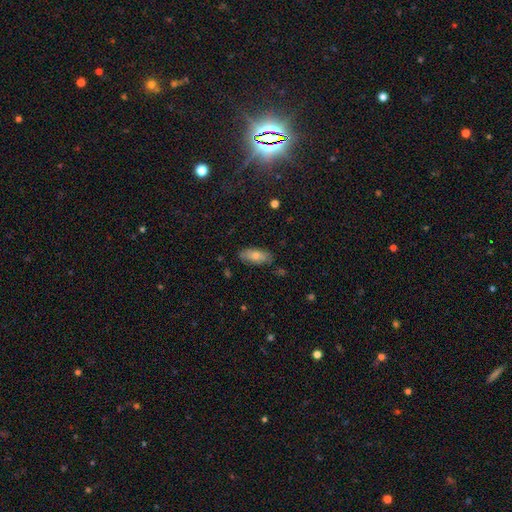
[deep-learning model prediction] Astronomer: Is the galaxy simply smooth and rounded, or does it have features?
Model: smooth — 71%.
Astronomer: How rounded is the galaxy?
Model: in between — 84%.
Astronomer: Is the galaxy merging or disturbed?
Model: none — 79%.